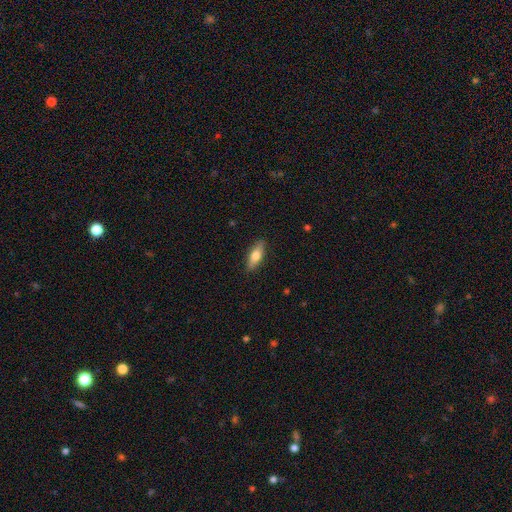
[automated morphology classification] Smooth or featured?
  - smooth: 64% *
  - featured or disk: 29%
  - star or artifact: 6%
How rounded?
  - in between: 64% *
  - cigar-shaped: 34%
  - round: 3%
Merging?
  - none: 88% *
  - minor disturbance: 9%
  - major disturbance: 2%
  - merger: 1%